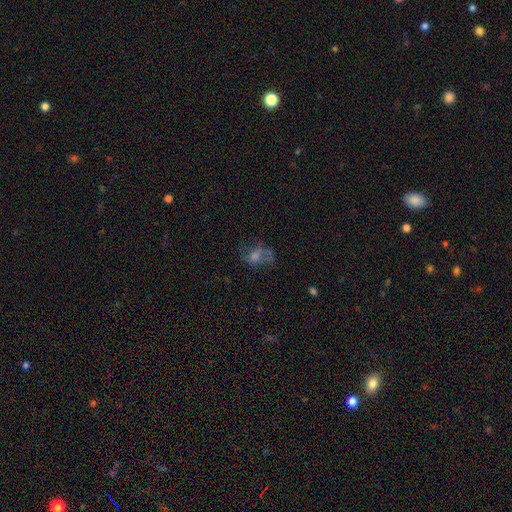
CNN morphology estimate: smooth_or_featured: featured or disk (p=0.39) [tied with: smooth p=0.39]
merging: none (p=0.46) [alt: major disturbance p=0.28]